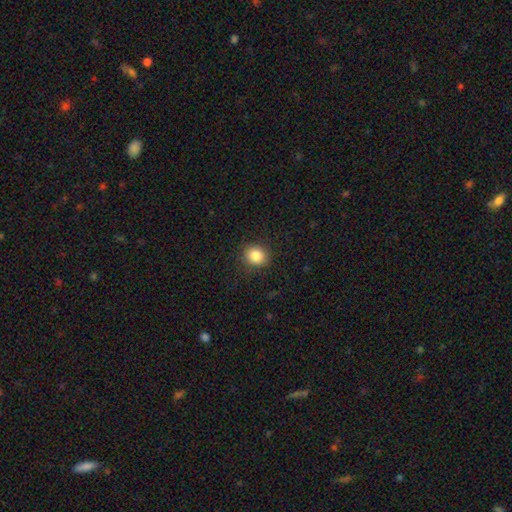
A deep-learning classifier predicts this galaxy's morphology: smooth_or_featured: smooth (p=0.85) [alt: star or artifact p=0.10]
how_rounded: round (p=0.79) [alt: in between p=0.20]
merging: none (p=0.89) [alt: minor disturbance p=0.08]